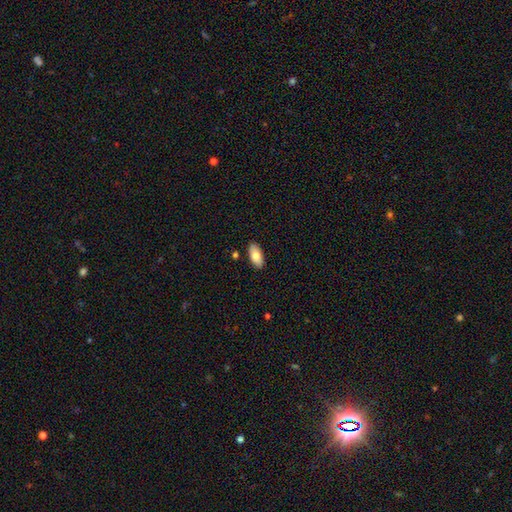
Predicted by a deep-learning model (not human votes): The model was most divided on "smooth or featured": smooth: 82%, featured or disk: 12%, star or artifact: 6%. More confident: how rounded — in between (91%); merging — none (88%).